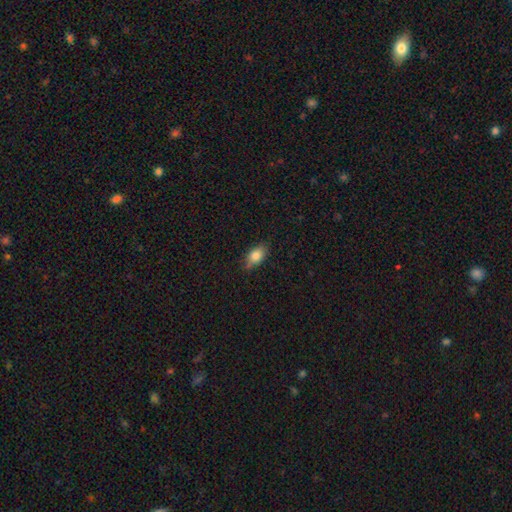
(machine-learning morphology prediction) smooth-or-featured: smooth: 80% | featured or disk: 12% | star or artifact: 8%
  how-rounded: in between: 87% | round: 7% | cigar-shaped: 6%
  merging: none: 76% | minor disturbance: 20% | major disturbance: 3% | merger: 1%